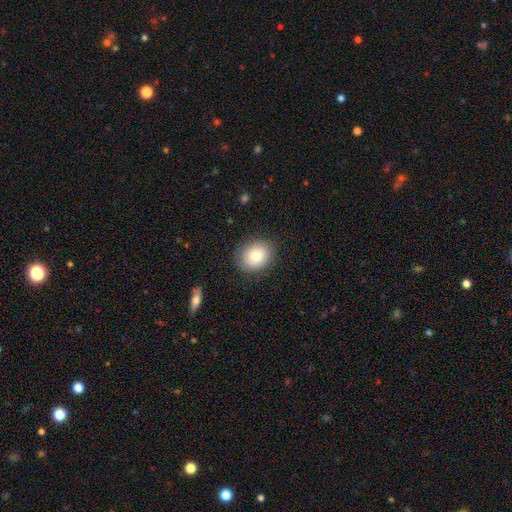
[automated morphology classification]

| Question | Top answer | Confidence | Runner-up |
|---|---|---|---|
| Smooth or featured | smooth | 78% | featured or disk (13%) |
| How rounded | round | 60% | in between (40%) |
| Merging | none | 85% | minor disturbance (11%) |